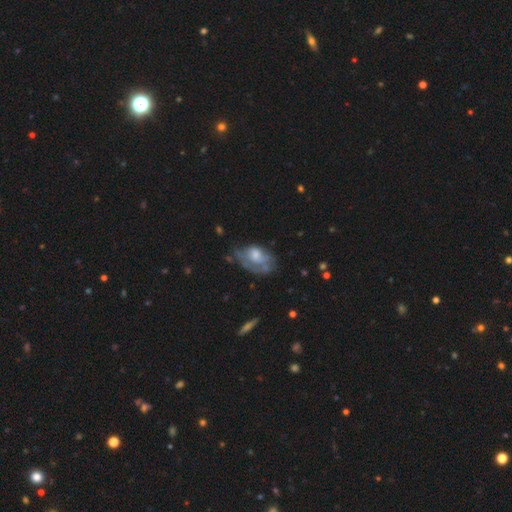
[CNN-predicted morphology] A featured or disk galaxy (51%).

Vote fractions:
- Smooth or featured? featured or disk: 51% / smooth: 41% / star or artifact: 8%
- Edge-on disk? no: 95% / yes: 5%
- Merging? none: 37% / minor disturbance: 31% / major disturbance: 28% / merger: 4%